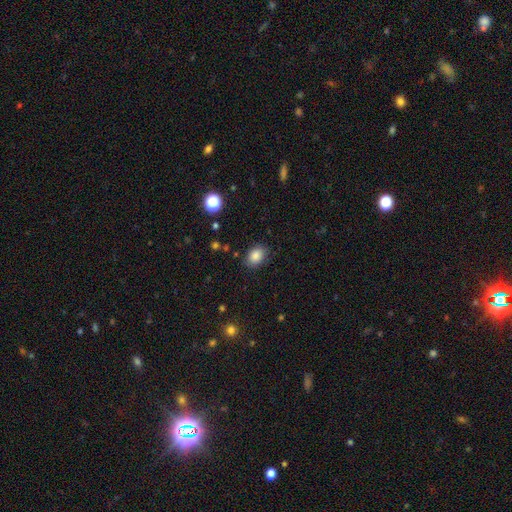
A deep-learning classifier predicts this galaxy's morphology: Q: Smooth or featured?
A: smooth (85%); runner-up: star or artifact (10%)
Q: How rounded?
A: in between (71%); runner-up: round (28%)
Q: Merging?
A: none (84%); runner-up: minor disturbance (12%)